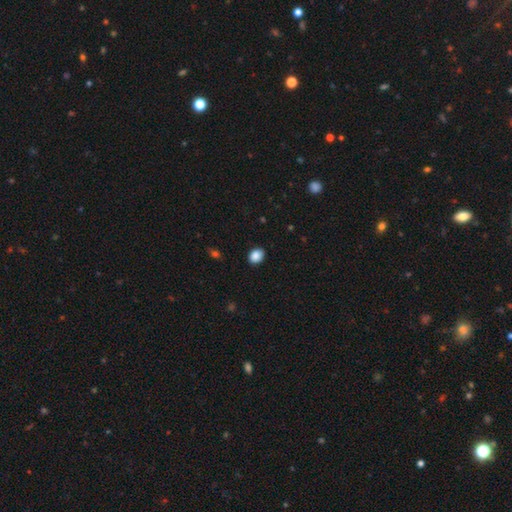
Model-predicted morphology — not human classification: smooth_or_featured: smooth (p=0.89) [alt: star or artifact p=0.08]
how_rounded: in between (p=0.58) [alt: round p=0.41]
merging: none (p=0.88) [alt: minor disturbance p=0.09]